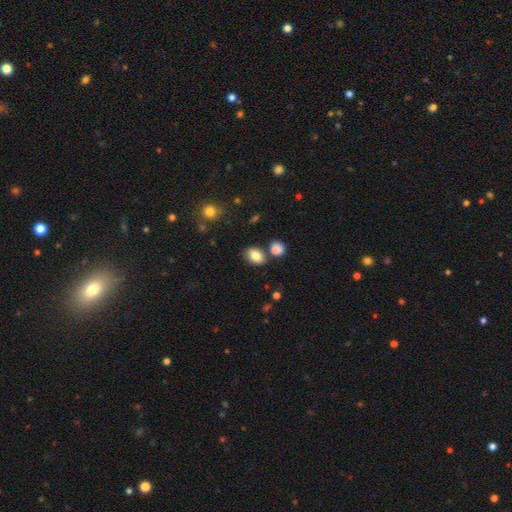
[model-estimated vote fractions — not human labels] Smooth or featured: smooth — 84% (star or artifact — 9%)
How rounded: in between — 77% (round — 21%)
Merging: none — 70% (merger — 14%)